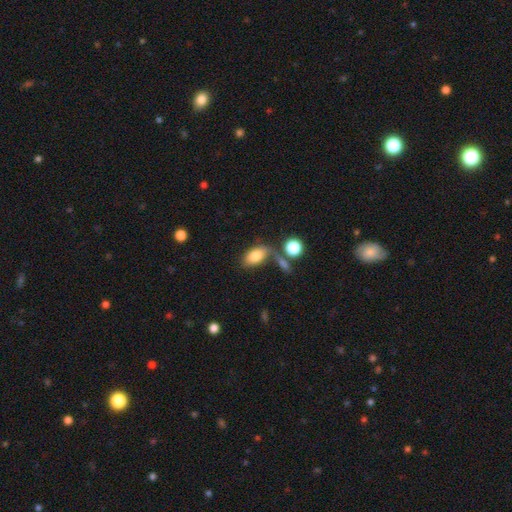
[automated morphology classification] smooth_or_featured: smooth (p=0.79) [alt: featured or disk p=0.12]
how_rounded: in between (p=0.90) [alt: round p=0.06]
merging: none (p=0.49) [alt: merger p=0.25]